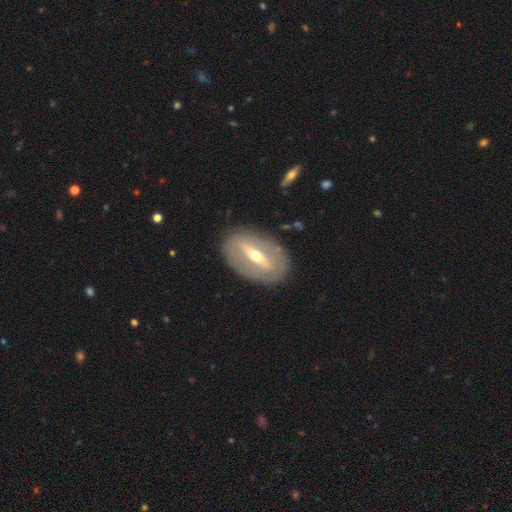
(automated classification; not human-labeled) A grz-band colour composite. It shows a featured or disk galaxy (73%) with a strong bar (68%), no spiral arms (73%) and a moderate central bulge (65%). Merging: none (85%).